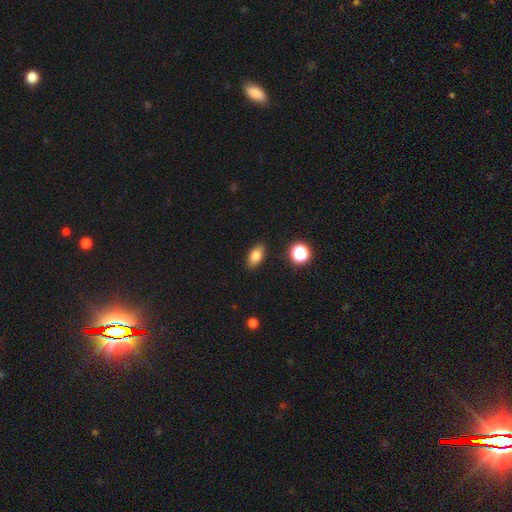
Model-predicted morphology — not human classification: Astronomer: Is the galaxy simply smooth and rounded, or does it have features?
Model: smooth — 79%.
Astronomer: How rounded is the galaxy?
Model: in between — 85%.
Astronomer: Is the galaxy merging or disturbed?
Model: none — 88%.